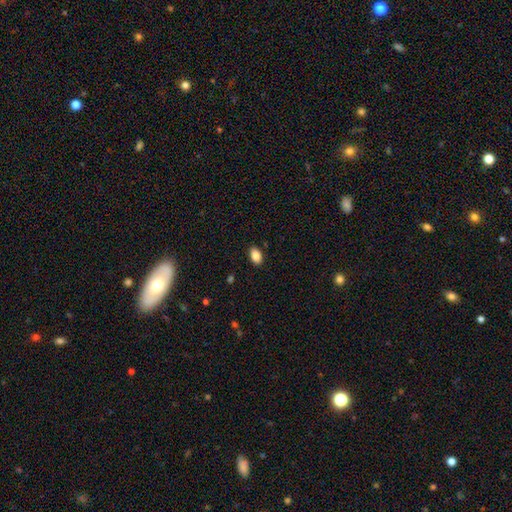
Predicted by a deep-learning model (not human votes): smooth 87%, star or artifact 8%, featured or disk 5%. Down the decision tree: how rounded — in between (90%); merging — none (88%).